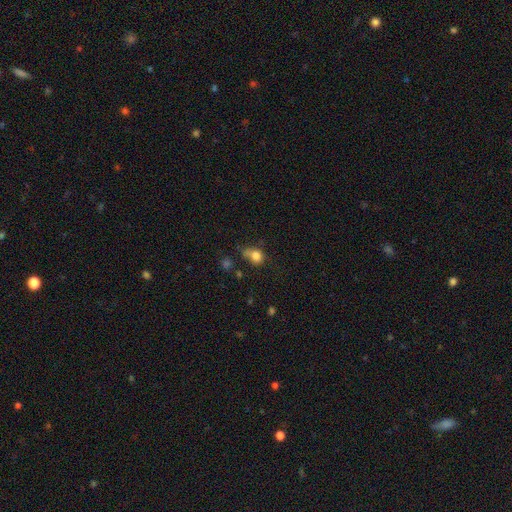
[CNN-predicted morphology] A smooth galaxy with no disk features (80%) that is round (54%).

Vote fractions:
- Smooth or featured? smooth: 80% / star or artifact: 11% / featured or disk: 9%
- How rounded? round: 54% / in between: 45% / cigar-shaped: 2%
- Merging? none: 36% / minor disturbance: 34% / major disturbance: 20% / merger: 10%